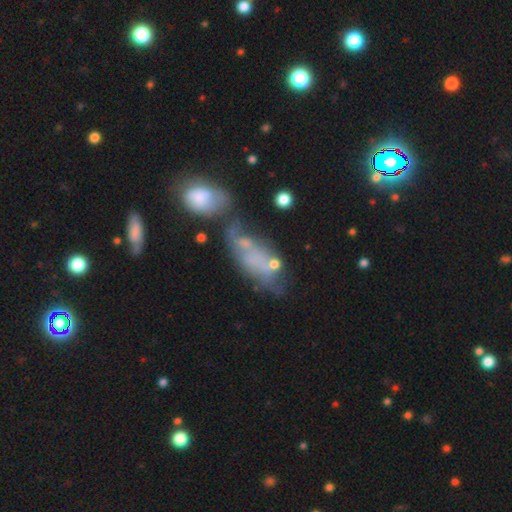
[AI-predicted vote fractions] Q: Smooth or featured?
A: featured or disk (42%); runner-up: smooth (38%)
Q: Merging?
A: none (37%); runner-up: merger (26%)